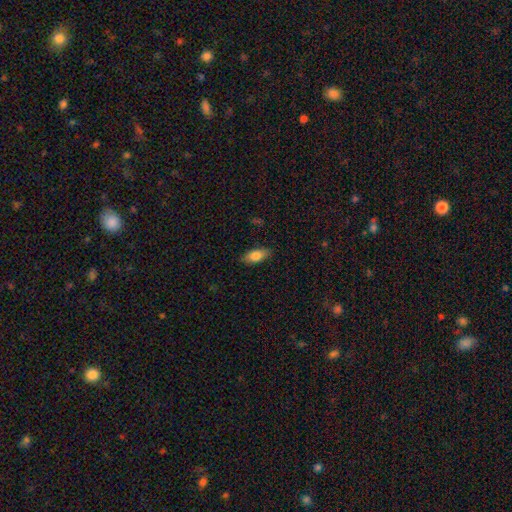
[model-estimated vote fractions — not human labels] The model was most divided on "smooth or featured": smooth: 80%, featured or disk: 13%, star or artifact: 7%. More confident: merging — none (85%); how rounded — in between (83%).